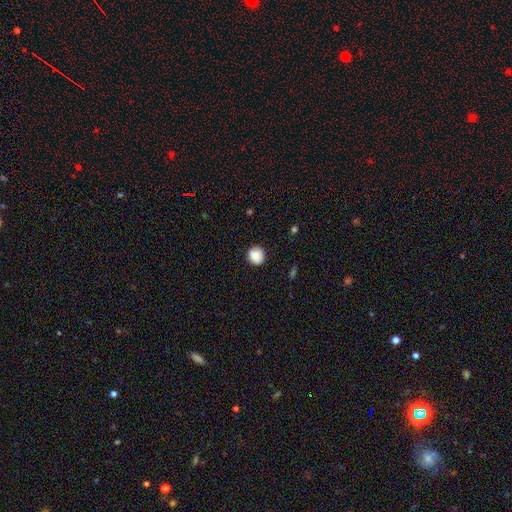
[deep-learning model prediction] Morphology: type=smooth (84%); roundness=round (87%); merging=none (86%).